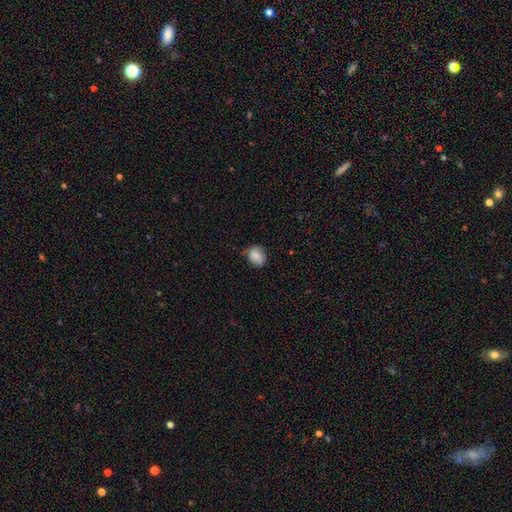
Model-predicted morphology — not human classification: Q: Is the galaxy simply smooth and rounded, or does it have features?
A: smooth — 82%.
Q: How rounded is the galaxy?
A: in between — 51%.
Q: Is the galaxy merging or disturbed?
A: none — 66%.